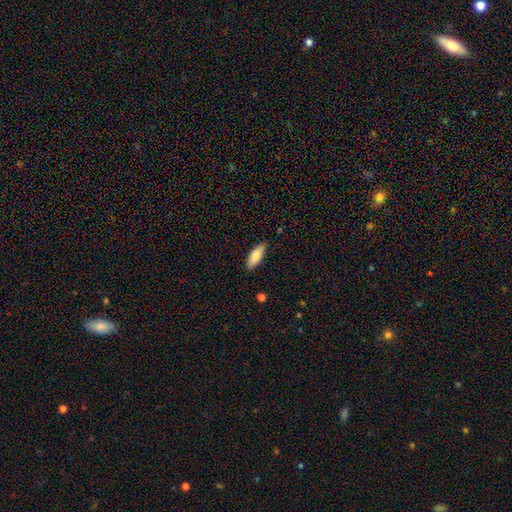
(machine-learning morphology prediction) Overall: smooth (80%). How rounded: in between (63%; cigar-shaped 35%). Merging: none (85%).